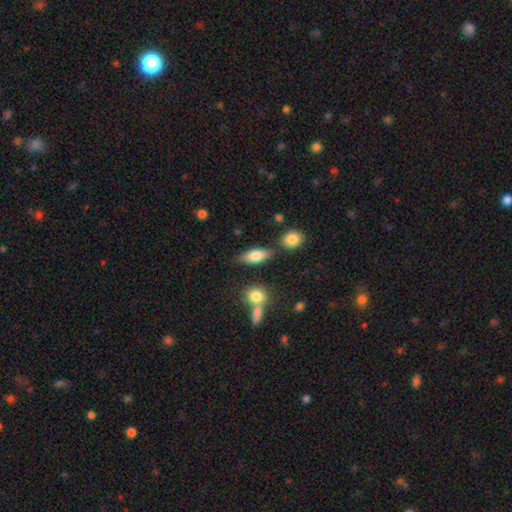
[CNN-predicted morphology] Overall: smooth (75%). How rounded: in between (76%). Merging: none (70%).